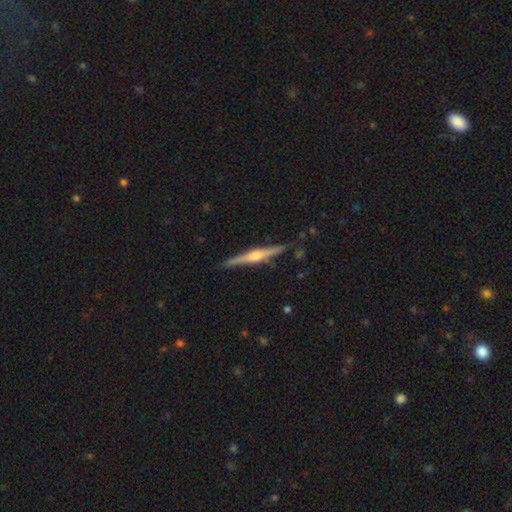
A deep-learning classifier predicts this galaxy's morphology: Overall: featured or disk (81%). Edge-on disk: yes (98%). Edge-on bulge: rounded (86%). Merging: none (90%).